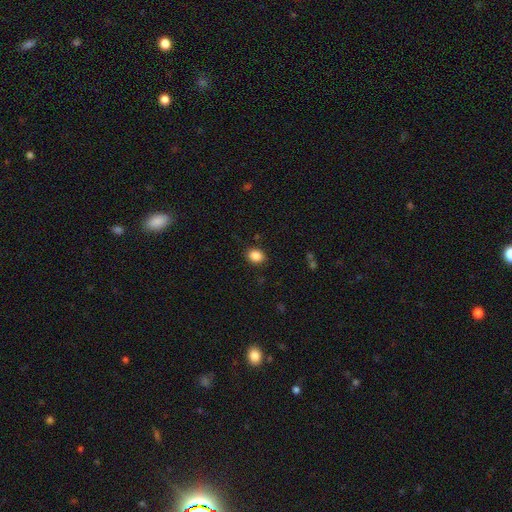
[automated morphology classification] Smooth or featured?
  - smooth: 87% *
  - star or artifact: 9%
  - featured or disk: 4%
How rounded?
  - in between: 56% *
  - round: 43%
  - cigar-shaped: 1%
Merging?
  - none: 88% *
  - minor disturbance: 8%
  - major disturbance: 2%
  - merger: 1%